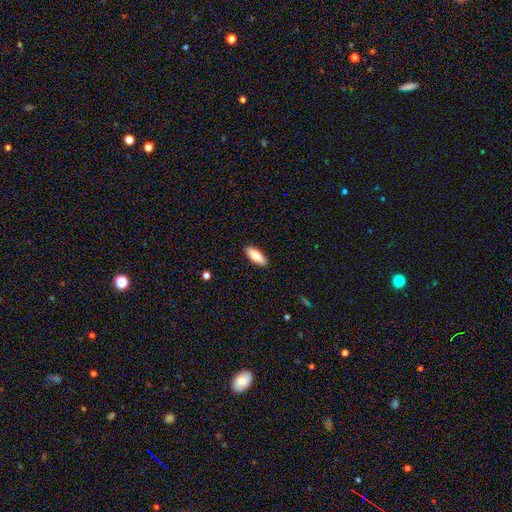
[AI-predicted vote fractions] Smooth or featured? smooth (76%)
How rounded? in between (76%)
Merging? none (90%)